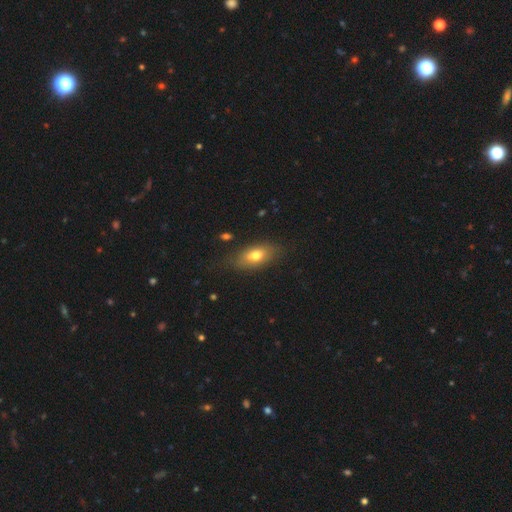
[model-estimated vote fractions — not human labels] smooth 71%, featured or disk 21%, star or artifact 8%. Down the decision tree: how rounded — in between (83%); merging — none (77%).